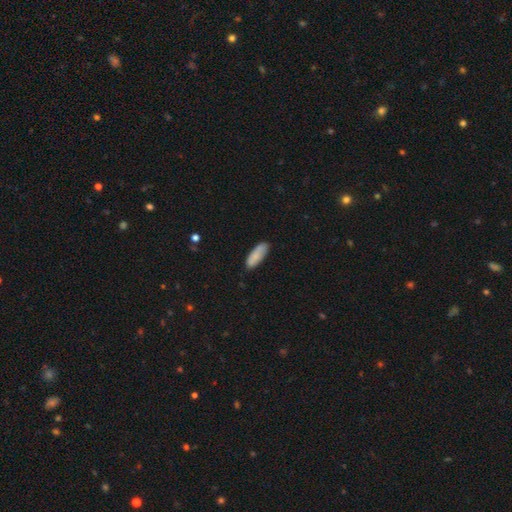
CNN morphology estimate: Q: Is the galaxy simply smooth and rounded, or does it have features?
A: smooth — 85%.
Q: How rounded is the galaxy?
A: in between — 69%.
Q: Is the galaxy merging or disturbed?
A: none — 82%.